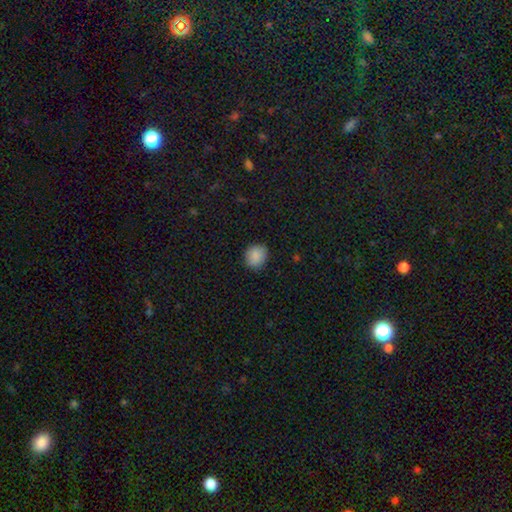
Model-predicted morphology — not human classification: A smooth galaxy with no disk features (88%) that is round (77%).

Vote fractions:
- Smooth or featured? smooth: 88% / star or artifact: 8% / featured or disk: 4%
- How rounded? round: 77% / in between: 22% / cigar-shaped: 1%
- Merging? none: 85% / minor disturbance: 12% / major disturbance: 2% / merger: 1%